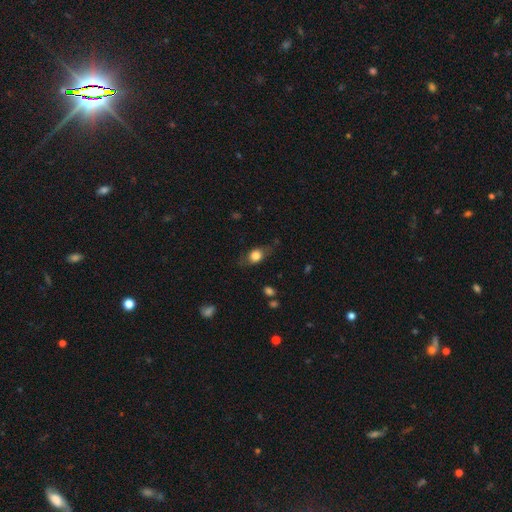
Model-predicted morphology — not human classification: Smooth or featured? Predicted: smooth (p=0.71). How rounded? Predicted: in between (p=0.60). Merging? Predicted: none (p=0.68).